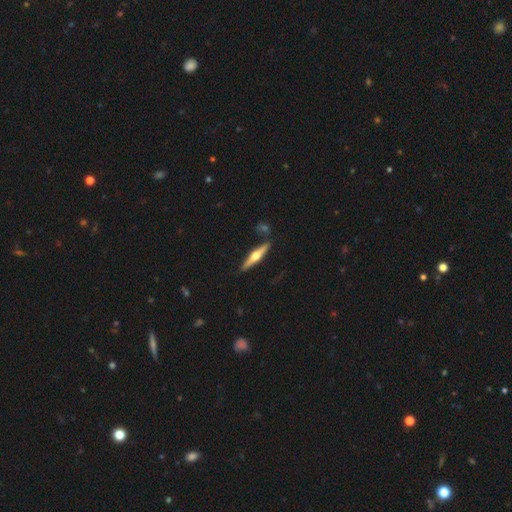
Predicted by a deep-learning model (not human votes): This is likely a featured or disk galaxy (69%). It is clearly viewed edge-on (97%). Edge-on bulge: clearly rounded (94%). Merging: clearly none (85%).